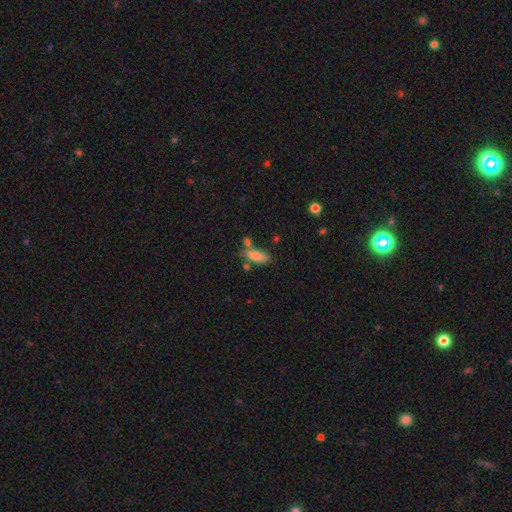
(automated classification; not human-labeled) smooth_or_featured: smooth (p=0.81) [alt: featured or disk p=0.11]
how_rounded: in between (p=0.79) [alt: cigar-shaped p=0.19]
merging: none (p=0.57) [alt: merger p=0.20]